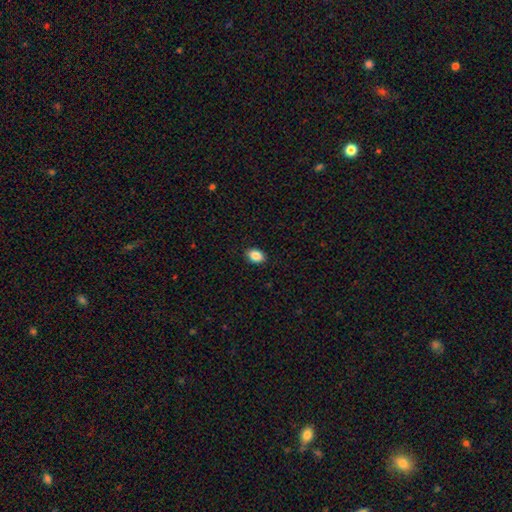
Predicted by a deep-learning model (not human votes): This appears to be a smooth galaxy with no disk features (88%) that is in between round and cigar-shaped (79%). Merging: none (90%).